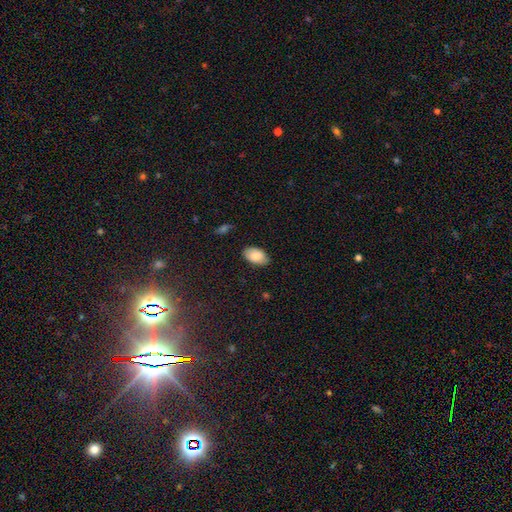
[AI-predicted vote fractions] smooth 83%, featured or disk 10%, star or artifact 7%. Down the decision tree: how rounded — in between (94%); merging — none (81%).